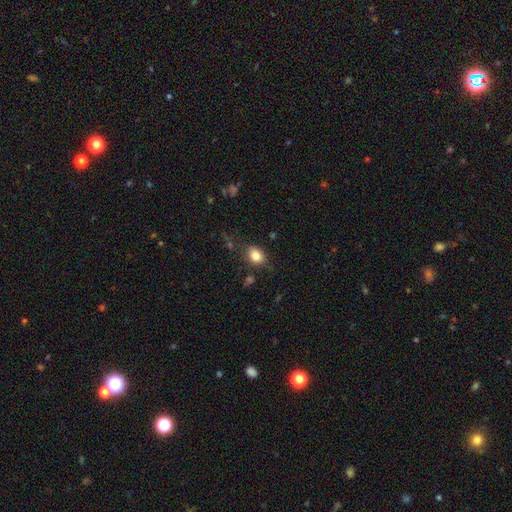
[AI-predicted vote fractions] Morphology: type=smooth (84%); roundness=in between (67%); merging=none (74%).